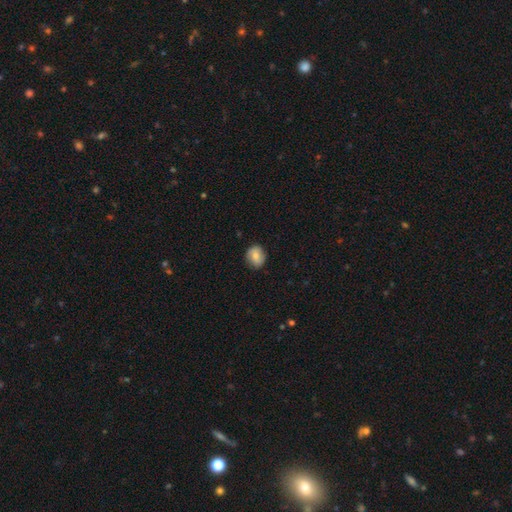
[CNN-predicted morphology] type=smooth (70%); roundness=round (66%); merging=none (81%).